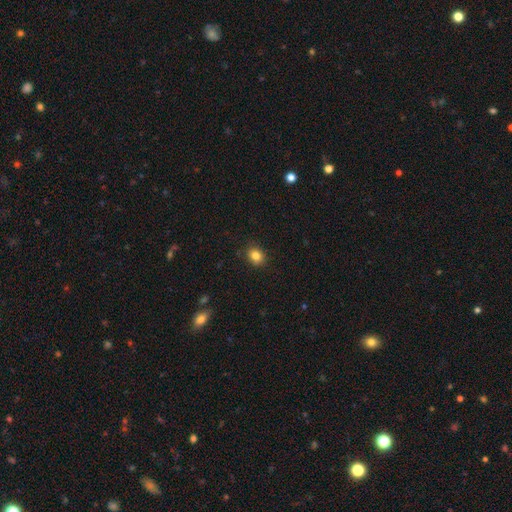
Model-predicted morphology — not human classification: Overall: smooth (83%). How rounded: round (56%; in between 43%). Merging: none (87%).